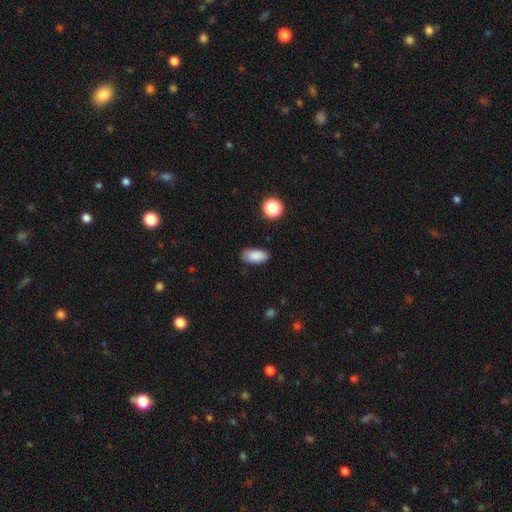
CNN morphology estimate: Smooth or featured? smooth (87%)
How rounded? in between (92%)
Merging? none (84%)